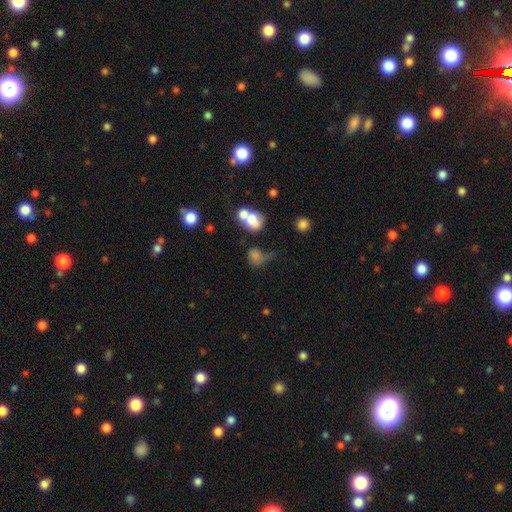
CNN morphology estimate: Overall: smooth (64%). How rounded: round (66%; in between 33%). Merging: none (35%; merger 22%).